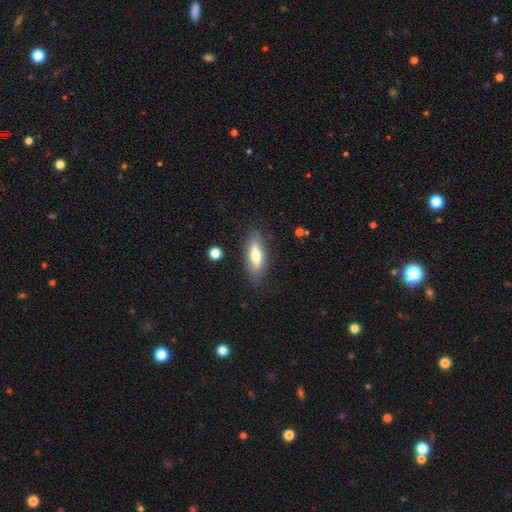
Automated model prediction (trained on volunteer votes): The model was most divided on "how rounded": in between: 55%, cigar-shaped: 43%, round: 3%. More confident: merging — none (81%); smooth or featured — smooth (56%).